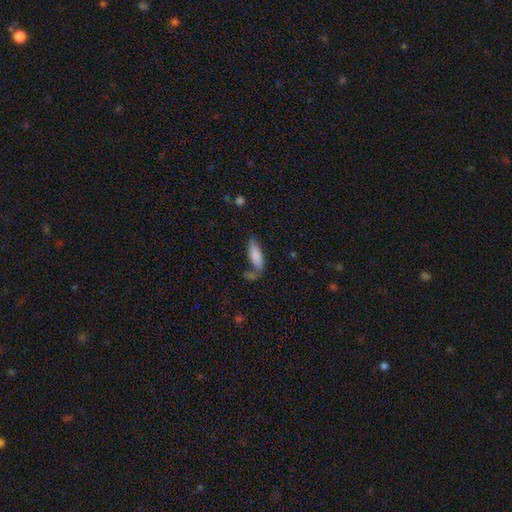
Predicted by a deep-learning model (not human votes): A smooth galaxy with no disk features (82%) that is in between round and cigar-shaped (63%).

Vote fractions:
- Smooth or featured? smooth: 82% / featured or disk: 11% / star or artifact: 7%
- How rounded? in between: 63% / cigar-shaped: 35% / round: 2%
- Merging? none: 51% / minor disturbance: 21% / merger: 18% / major disturbance: 10%